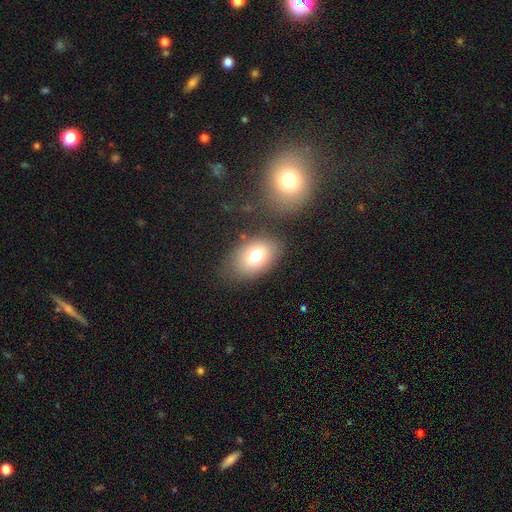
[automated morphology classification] Smooth or featured? smooth (76%)
How rounded? in between (82%)
Merging? none (76%)